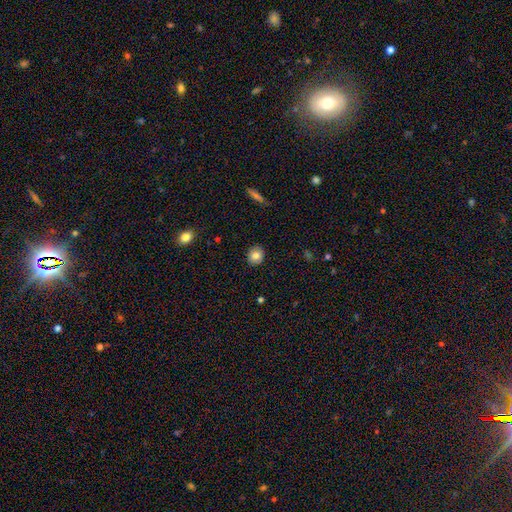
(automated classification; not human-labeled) A smooth galaxy with no disk features (82%) that is round (78%). Merging: none (90%).